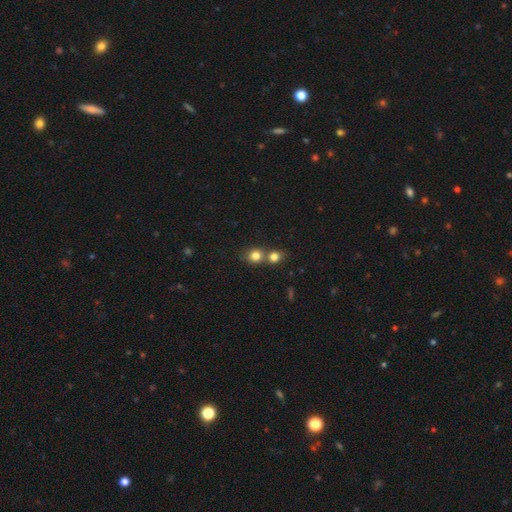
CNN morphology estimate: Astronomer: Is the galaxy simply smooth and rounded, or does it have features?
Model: smooth — 81%.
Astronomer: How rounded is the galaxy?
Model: round — 78%.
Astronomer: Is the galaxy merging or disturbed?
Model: merger — 45%, tied with none at 45%.